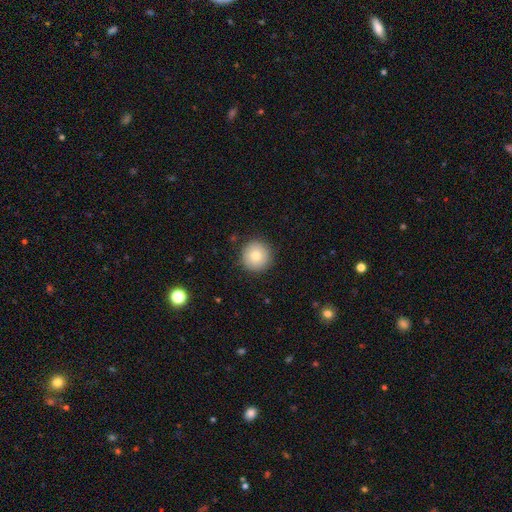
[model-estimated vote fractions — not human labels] The model was most divided on "smooth or featured": smooth: 80%, featured or disk: 10%, star or artifact: 9%. More confident: how rounded — round (96%); merging — none (90%).